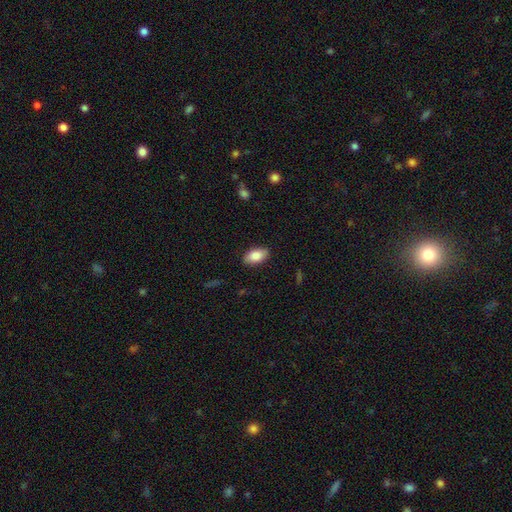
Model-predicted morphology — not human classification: Smooth or featured?
  - smooth: 84% *
  - featured or disk: 9%
  - star or artifact: 7%
How rounded?
  - in between: 92% *
  - round: 5%
  - cigar-shaped: 3%
Merging?
  - none: 88% *
  - minor disturbance: 9%
  - major disturbance: 2%
  - merger: 1%